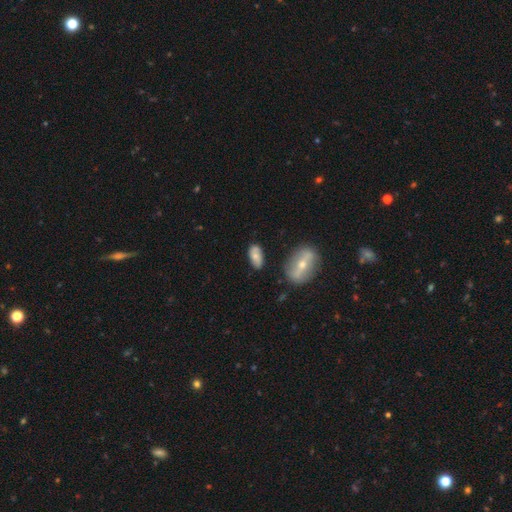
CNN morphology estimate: smooth_or_featured: smooth (p=0.60) [alt: featured or disk p=0.31]
how_rounded: in between (p=0.86) [alt: cigar-shaped p=0.08]
merging: none (p=0.73) [alt: minor disturbance p=0.18]